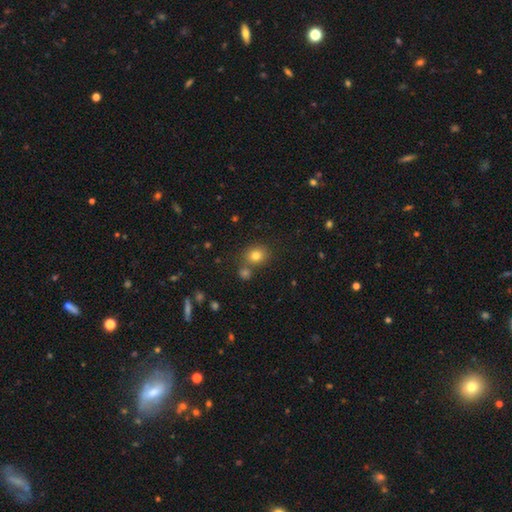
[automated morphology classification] smooth-or-featured: smooth: 79% | star or artifact: 13% | featured or disk: 8%
  how-rounded: round: 72% | in between: 28% | cigar-shaped: 1%
  merging: none: 68% | merger: 19% | minor disturbance: 10% | major disturbance: 3%